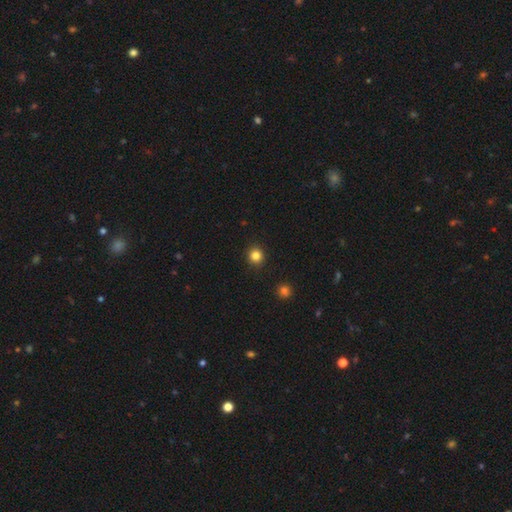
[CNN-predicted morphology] smooth-or-featured: smooth: 83% | star or artifact: 12% | featured or disk: 5%
  how-rounded: round: 93% | in between: 6% | cigar-shaped: 1%
  merging: none: 92% | minor disturbance: 5% | major disturbance: 2% | merger: 1%